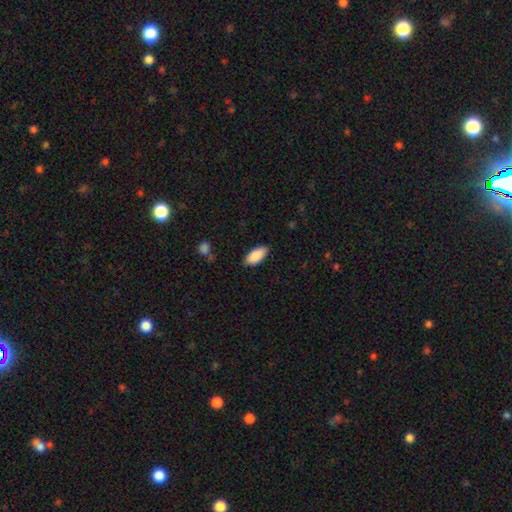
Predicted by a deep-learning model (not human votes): Morphology: type=smooth (89%); roundness=in between (91%); merging=none (86%).